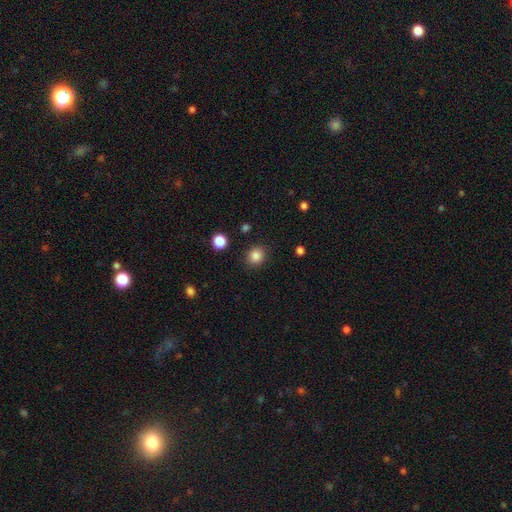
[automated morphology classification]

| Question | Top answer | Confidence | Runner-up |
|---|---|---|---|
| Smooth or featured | smooth | 85% | star or artifact (11%) |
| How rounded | round | 80% | in between (19%) |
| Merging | none | 88% | minor disturbance (8%) |